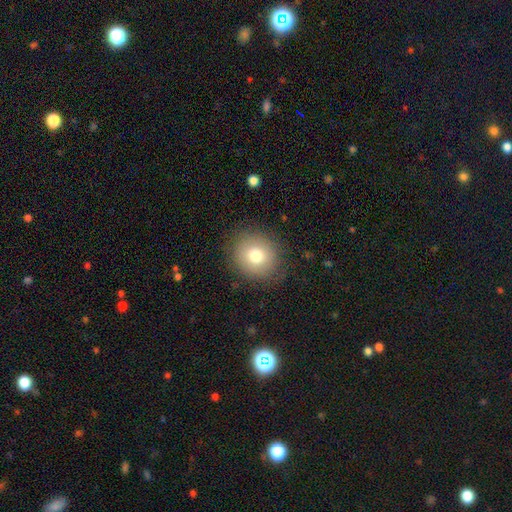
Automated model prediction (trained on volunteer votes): This is likely a smooth galaxy (76%). How rounded: clearly round (85%). Merging: clearly none (84%).